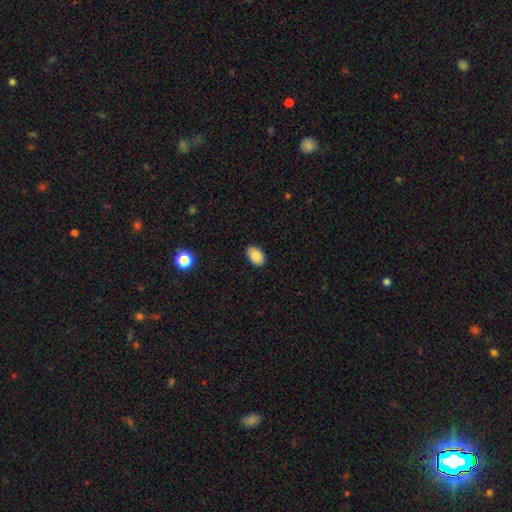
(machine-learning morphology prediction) type=smooth (85%); roundness=in between (87%); merging=none (87%).